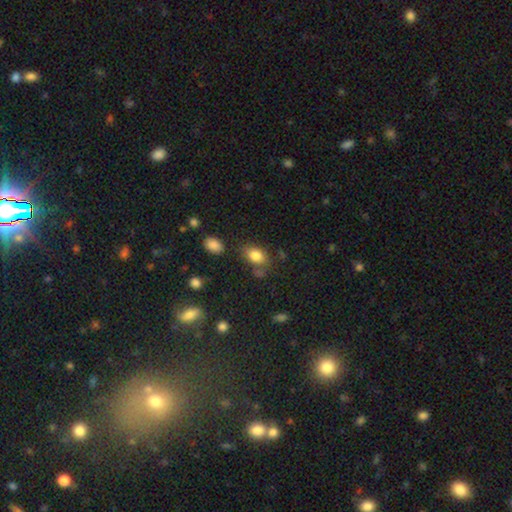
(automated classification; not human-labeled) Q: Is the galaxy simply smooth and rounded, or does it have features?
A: smooth — 83%.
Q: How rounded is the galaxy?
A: in between — 82%.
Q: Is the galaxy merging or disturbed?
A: none — 67%.